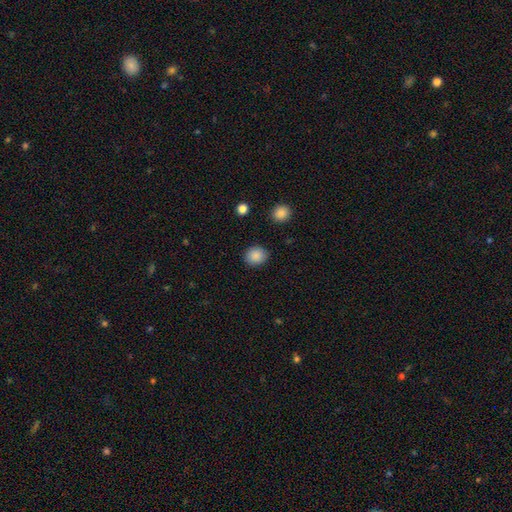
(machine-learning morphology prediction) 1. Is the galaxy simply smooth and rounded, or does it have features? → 88% smooth, 9% star or artifact, 4% featured or disk.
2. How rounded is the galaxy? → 70% round, 30% in between, 1% cigar-shaped.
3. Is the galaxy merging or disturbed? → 87% none, 8% minor disturbance, 2% major disturbance, 2% merger.